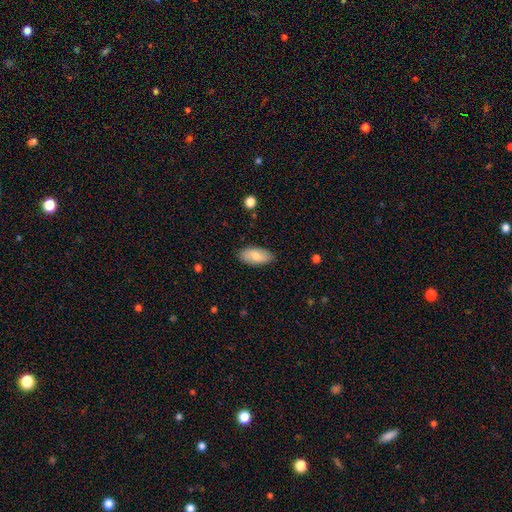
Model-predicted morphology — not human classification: This is likely a smooth galaxy (78%). How rounded: clearly in between (93%). Merging: clearly none (86%).